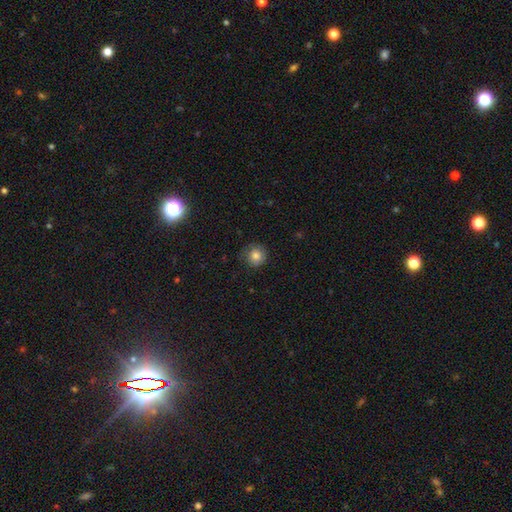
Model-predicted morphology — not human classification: Smooth or featured? Predicted: smooth (p=0.79). How rounded? Predicted: round (p=0.92). Merging? Predicted: none (p=0.76).